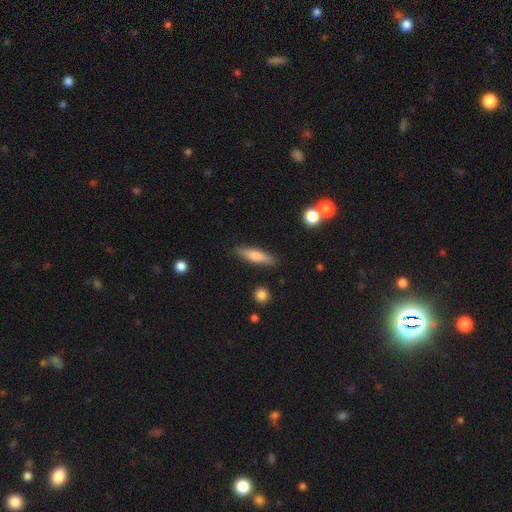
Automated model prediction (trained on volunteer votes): A smooth galaxy with no disk features (70%) that is cigar-shaped (73%).

Vote fractions:
- Smooth or featured? smooth: 70% / featured or disk: 24% / star or artifact: 6%
- How rounded? cigar-shaped: 73% / in between: 24% / round: 2%
- Merging? none: 86% / minor disturbance: 10% / major disturbance: 2% / merger: 2%